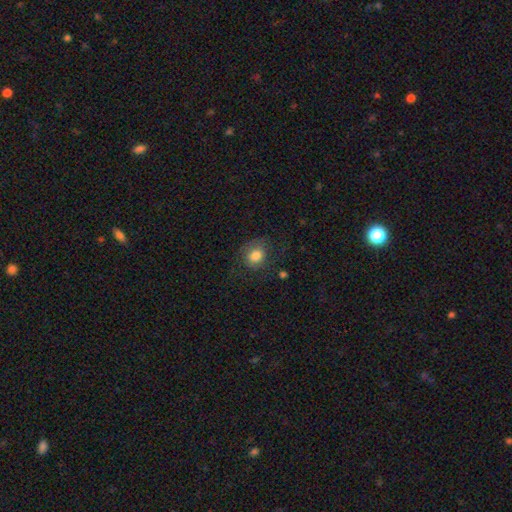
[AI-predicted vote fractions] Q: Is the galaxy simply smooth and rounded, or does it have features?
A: smooth — 77%.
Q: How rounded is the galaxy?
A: round — 64%.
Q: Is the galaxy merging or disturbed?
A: none — 66%.